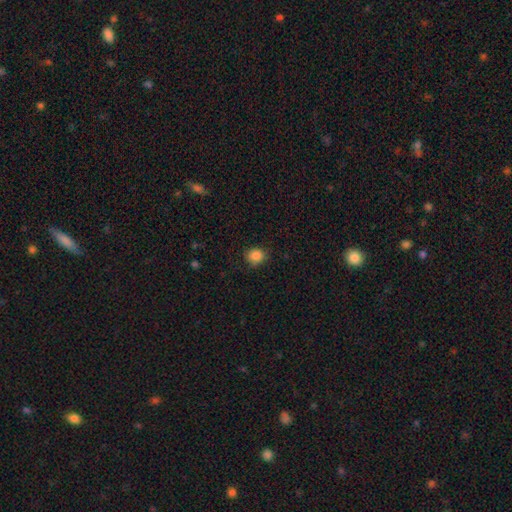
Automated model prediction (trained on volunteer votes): Morphology: type=smooth (86%); roundness=round (75%); merging=none (84%).